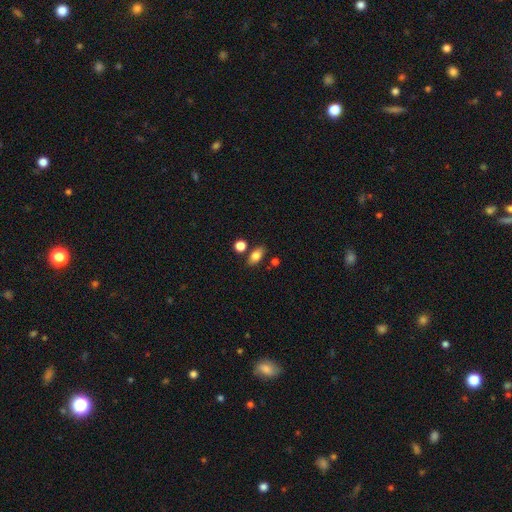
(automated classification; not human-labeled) smooth_or_featured: smooth (p=0.80) [alt: featured or disk p=0.10]
how_rounded: in between (p=0.85) [alt: round p=0.10]
merging: none (p=0.77) [alt: minor disturbance p=0.11]